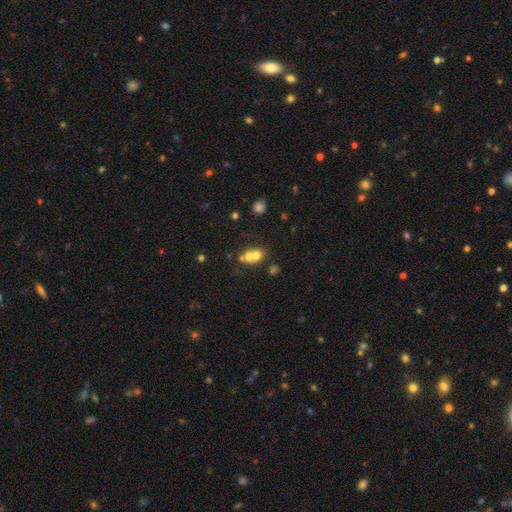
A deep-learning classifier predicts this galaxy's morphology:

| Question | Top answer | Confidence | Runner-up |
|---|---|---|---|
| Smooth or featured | smooth | 62% | featured or disk (24%) |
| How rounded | round | 62% | in between (37%) |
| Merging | merger | 61% | none (29%) |